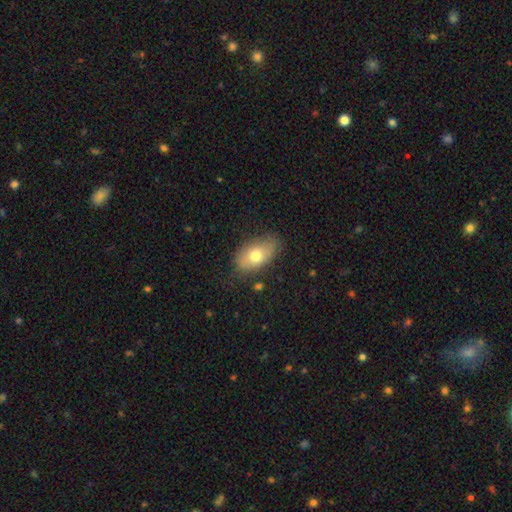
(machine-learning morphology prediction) smooth 72%, featured or disk 21%, star or artifact 7%. Down the decision tree: how rounded — in between (90%); merging — none (73%).